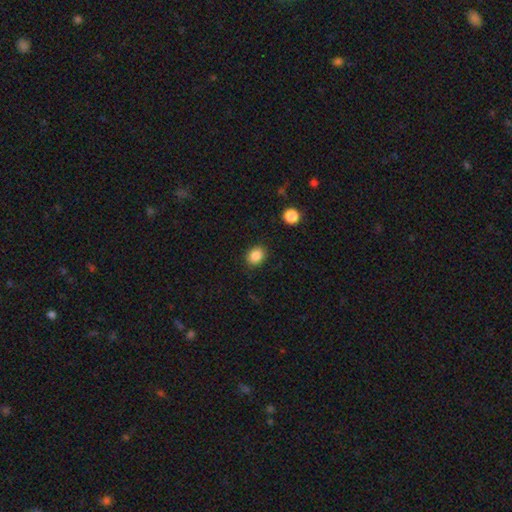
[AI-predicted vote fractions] Morphology: type=smooth (87%); roundness=round (50%); merging=none (87%).